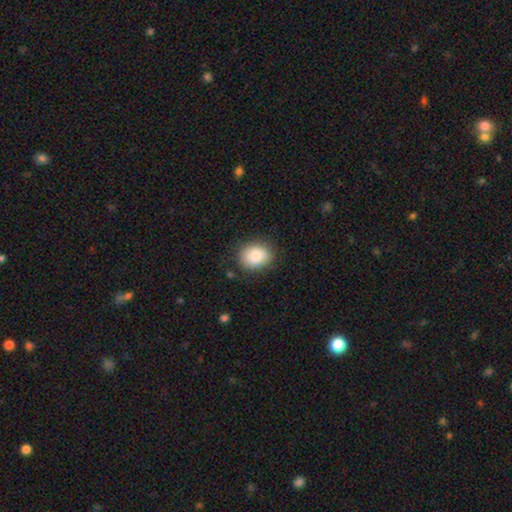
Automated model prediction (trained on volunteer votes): Morphology: type=smooth (86%); roundness=round (53%); merging=none (83%).